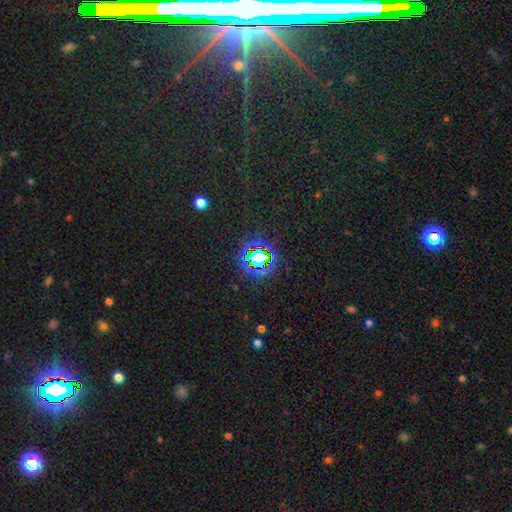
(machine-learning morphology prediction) A star or artifact, not a galaxy (75%).